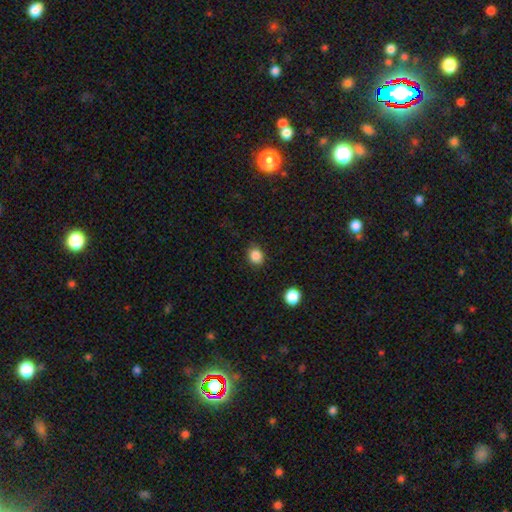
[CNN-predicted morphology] smooth_or_featured: smooth (p=0.86) [alt: star or artifact p=0.11]
how_rounded: round (p=0.72) [alt: in between p=0.27]
merging: none (p=0.85) [alt: minor disturbance p=0.10]